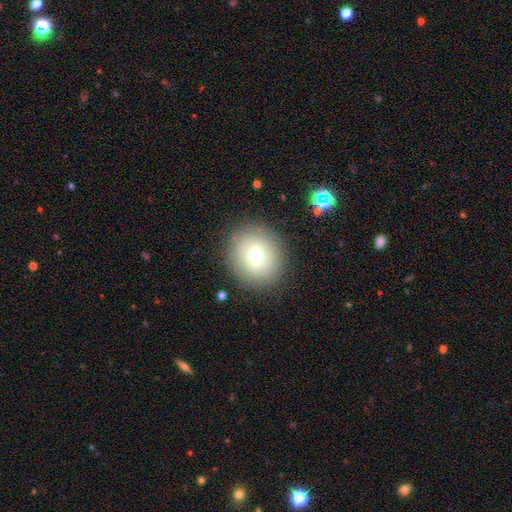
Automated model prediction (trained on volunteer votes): A smooth galaxy with no disk features (67%) that is round (84%). Merging: none (86%).